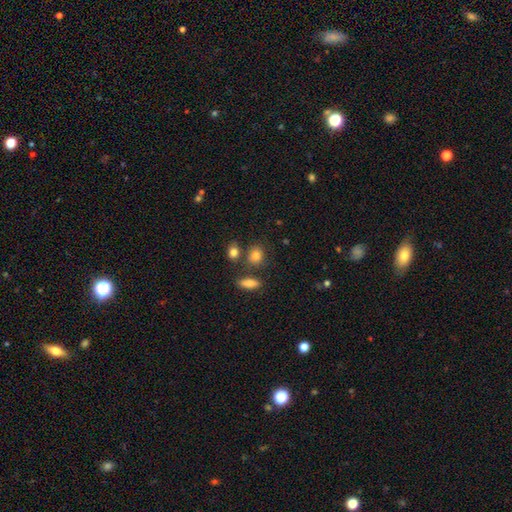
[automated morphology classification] Smooth or featured?
  - smooth: 82% *
  - star or artifact: 10%
  - featured or disk: 8%
How rounded?
  - round: 58% *
  - in between: 39%
  - cigar-shaped: 2%
Merging?
  - none: 70% *
  - merger: 13%
  - minor disturbance: 13%
  - major disturbance: 4%